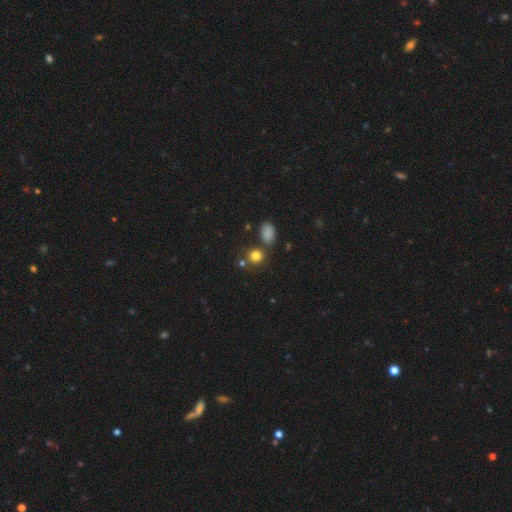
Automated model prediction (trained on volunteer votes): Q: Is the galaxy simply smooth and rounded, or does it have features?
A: smooth — 79%.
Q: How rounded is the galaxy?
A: round — 83%.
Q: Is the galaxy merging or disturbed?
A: none — 73%.